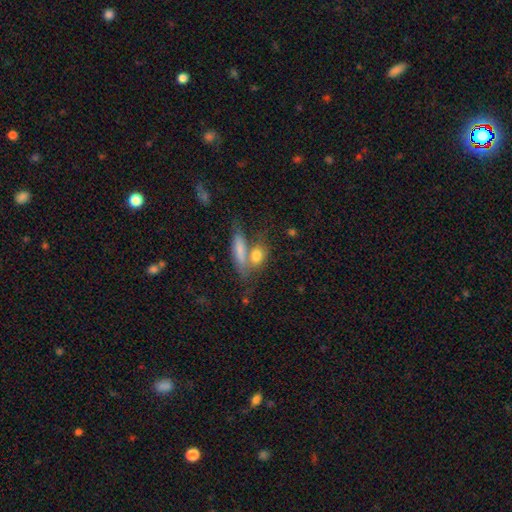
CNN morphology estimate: The model was most divided on "merging": none: 45%, merger: 37%, minor disturbance: 12%, major disturbance: 7%. Remaining: smooth or featured — smooth (63%); how rounded — in between (47%).